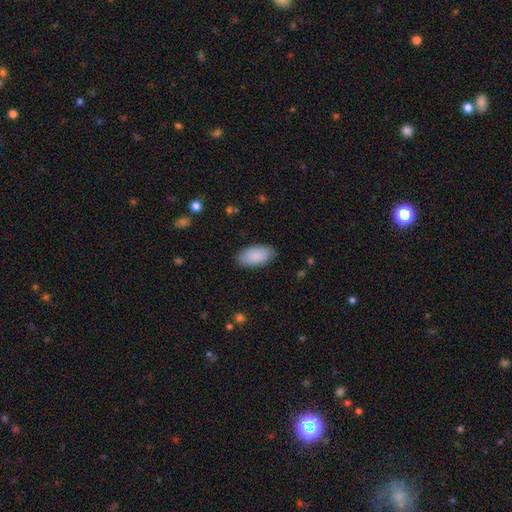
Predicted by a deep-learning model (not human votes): Smooth or featured? smooth (89%)
How rounded? in between (95%)
Merging? none (86%)